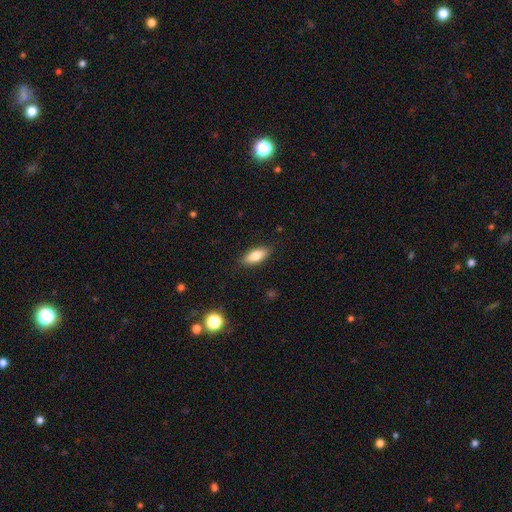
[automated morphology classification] Overall: smooth (80%). How rounded: in between (80%). Merging: none (87%).